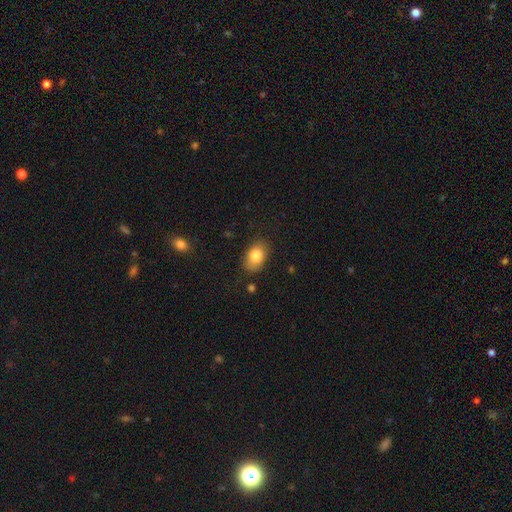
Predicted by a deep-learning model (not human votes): Morphology: type=smooth (83%); roundness=in between (83%); merging=none (80%).